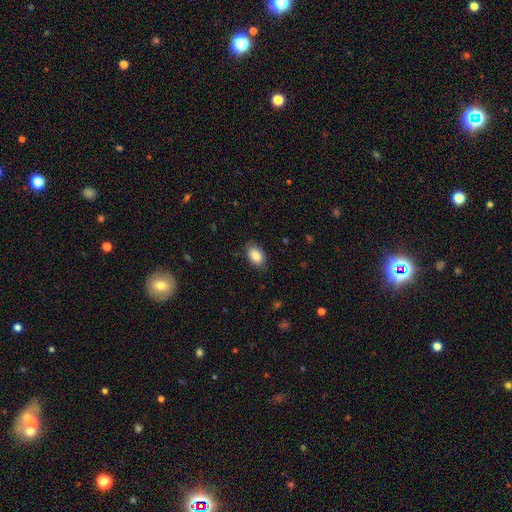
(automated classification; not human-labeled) Overall: smooth (87%). How rounded: in between (91%). Merging: none (84%).